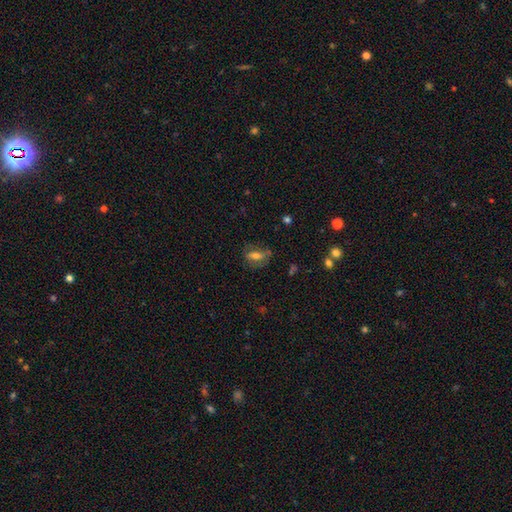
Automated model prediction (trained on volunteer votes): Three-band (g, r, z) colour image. It shows a smooth galaxy with no disk features (54%) that is in between round and cigar-shaped (71%). Merging: none (63%).